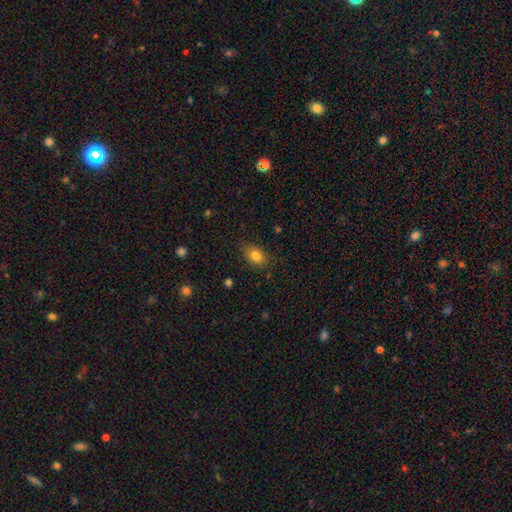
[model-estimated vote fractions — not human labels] Smooth or featured? smooth (81%)
How rounded? in between (69%)
Merging? none (83%)